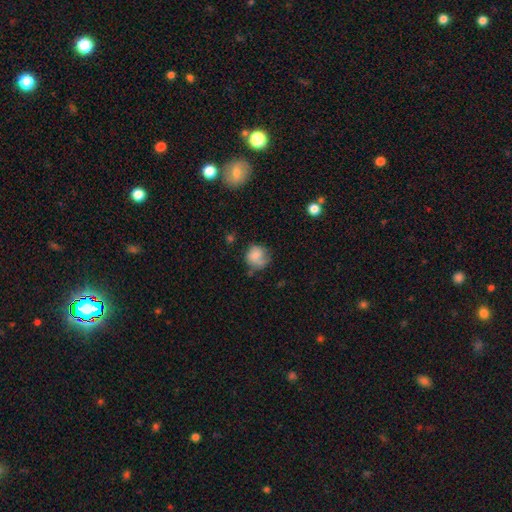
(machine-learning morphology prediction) Overall: smooth (63%; featured or disk 28%). How rounded: round (77%). Merging: none (52%; minor disturbance 29%).